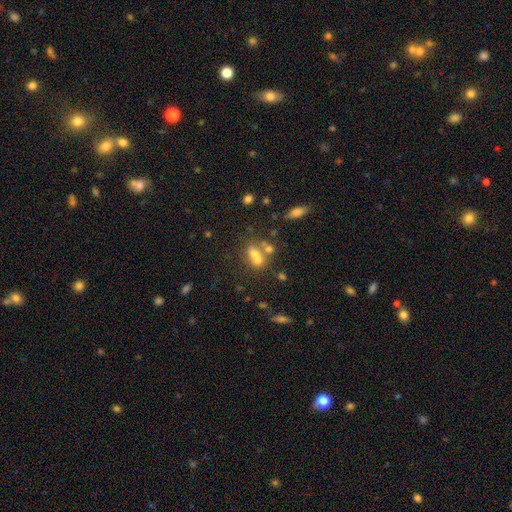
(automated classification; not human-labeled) The model was most divided on "merging": merger: 45%, none: 38%, minor disturbance: 11%, major disturbance: 7%. More confident: how rounded — in between (64%); smooth or featured — smooth (59%).